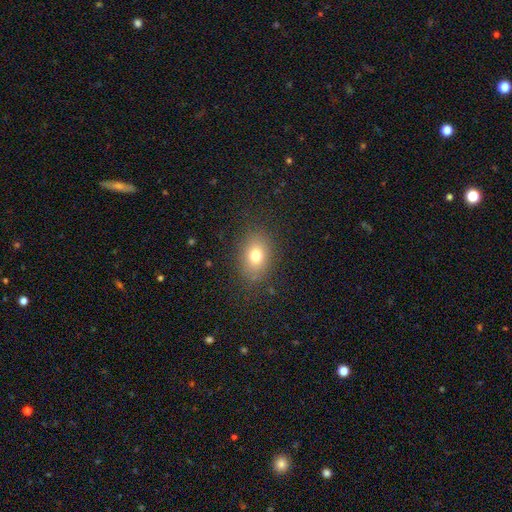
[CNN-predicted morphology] A smooth galaxy with no disk features (76%) that is in between round and cigar-shaped (74%).

Vote fractions:
- Smooth or featured? smooth: 76% / featured or disk: 13% / star or artifact: 12%
- How rounded? in between: 74% / round: 25% / cigar-shaped: 1%
- Merging? none: 83% / minor disturbance: 11% / major disturbance: 5% / merger: 1%